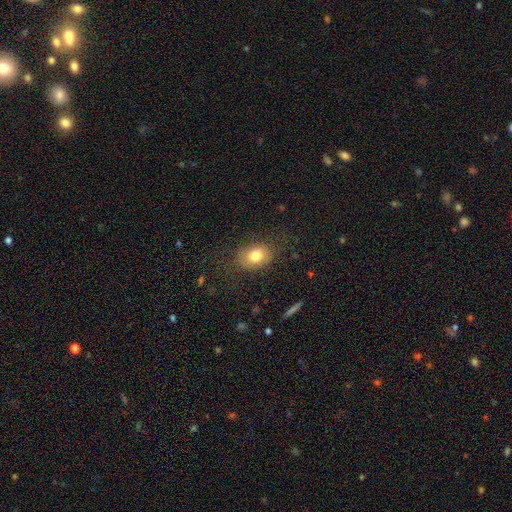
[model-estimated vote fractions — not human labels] Morphology: type=smooth (79%); roundness=in between (65%); merging=none (77%).